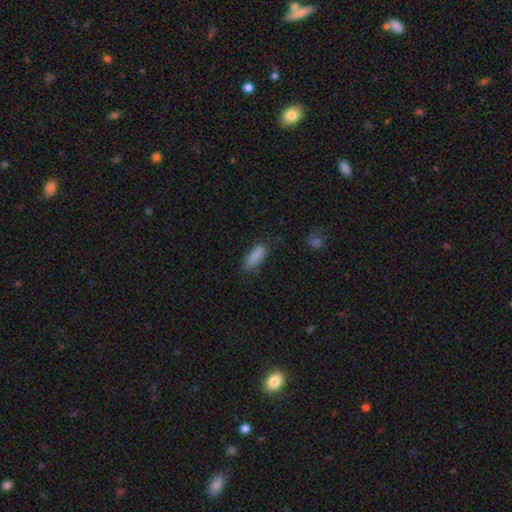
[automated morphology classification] Q: Smooth or featured?
A: smooth (85%); runner-up: star or artifact (8%)
Q: How rounded?
A: in between (65%); runner-up: cigar-shaped (33%)
Q: Merging?
A: none (66%); runner-up: minor disturbance (25%)